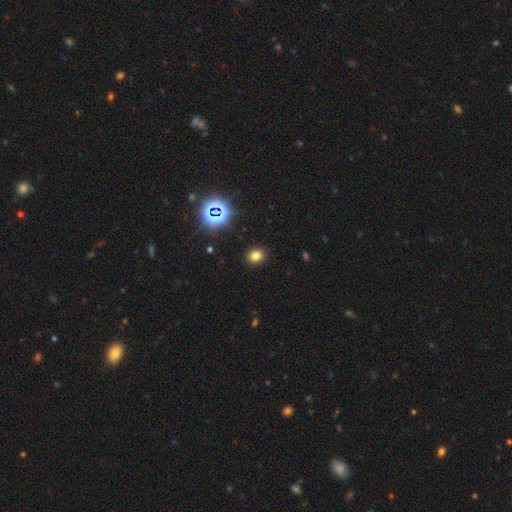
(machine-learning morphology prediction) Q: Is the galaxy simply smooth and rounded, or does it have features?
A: smooth — 75%.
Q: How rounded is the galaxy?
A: round — 51%.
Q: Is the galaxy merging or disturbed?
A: none — 90%.